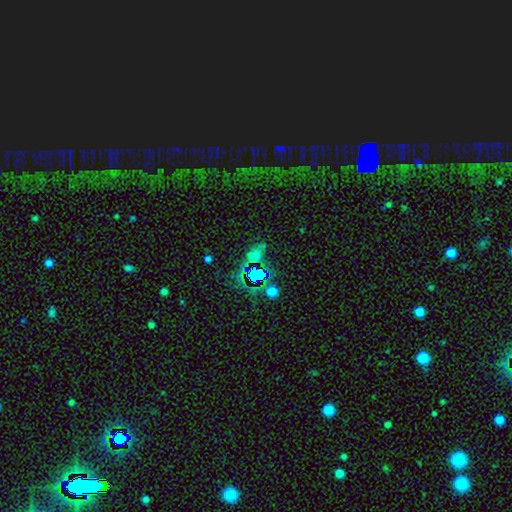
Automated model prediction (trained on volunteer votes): A star or artifact, not a galaxy (49%).